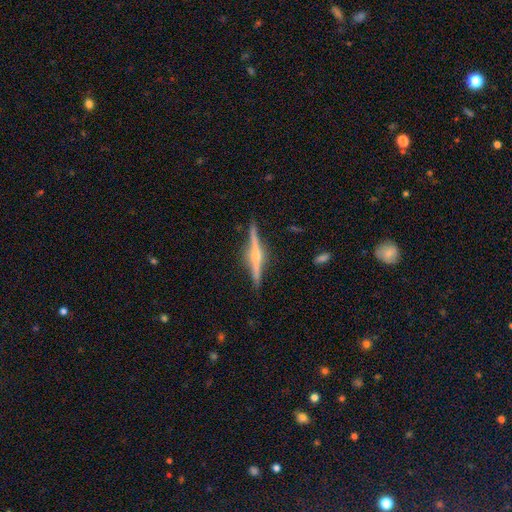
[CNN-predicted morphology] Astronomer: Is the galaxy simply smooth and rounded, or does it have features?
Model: featured or disk — 83%.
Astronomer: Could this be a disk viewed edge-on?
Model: yes — 98%.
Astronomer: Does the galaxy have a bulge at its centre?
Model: rounded — 87%.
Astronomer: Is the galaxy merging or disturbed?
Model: none — 89%.